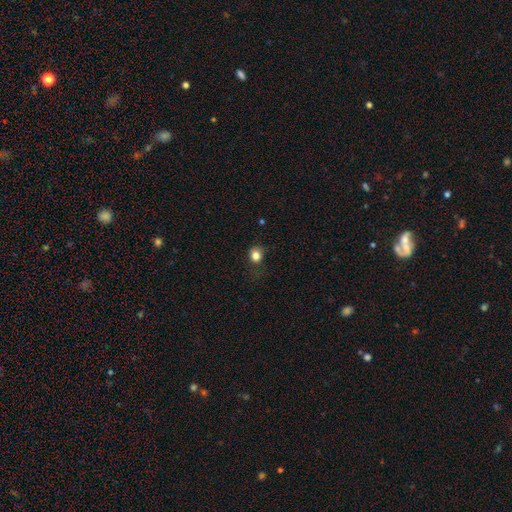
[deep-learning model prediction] smooth-or-featured: smooth: 82% | star or artifact: 12% | featured or disk: 6%
  how-rounded: round: 75% | in between: 24% | cigar-shaped: 1%
  merging: none: 71% | minor disturbance: 20% | major disturbance: 8% | merger: 1%